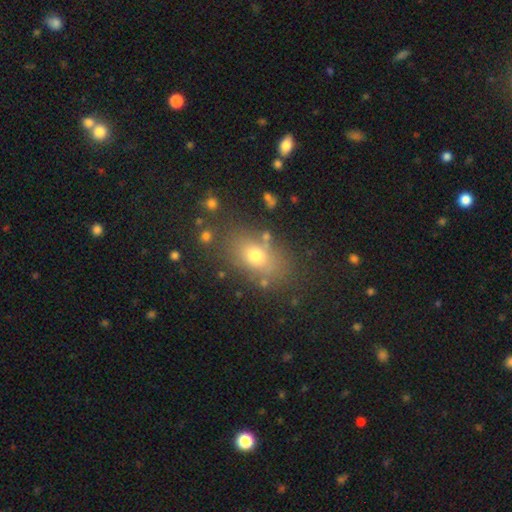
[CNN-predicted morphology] Smooth or featured? Predicted: smooth (p=0.70). How rounded? Predicted: in between (p=0.74). Merging? Predicted: none (p=0.78).